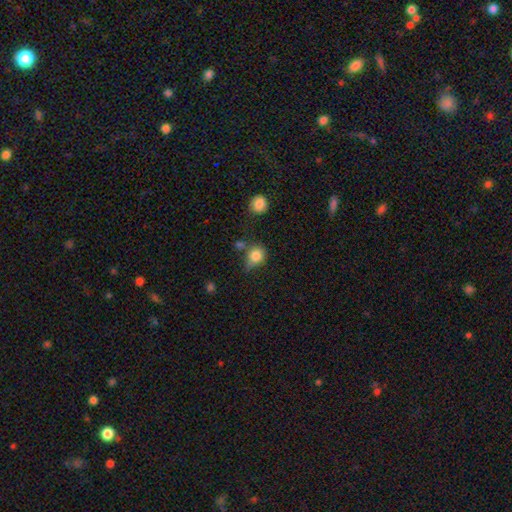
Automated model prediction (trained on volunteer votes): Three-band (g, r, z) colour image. It shows a smooth galaxy with no disk features (81%) that is round (75%). Merging: none (48%).